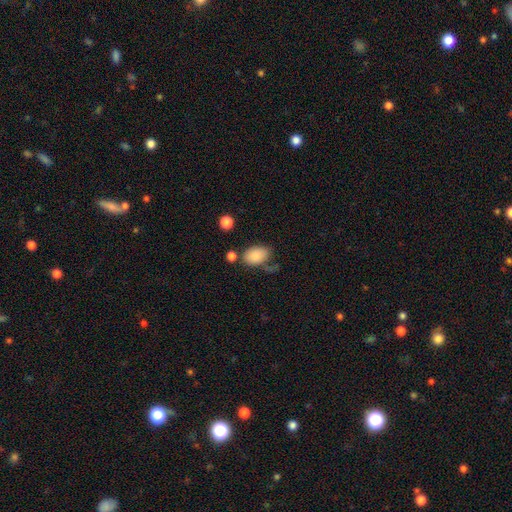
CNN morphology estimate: This is clearly a smooth galaxy (84%). How rounded: clearly in between (86%). Merging: possibly none (57%).